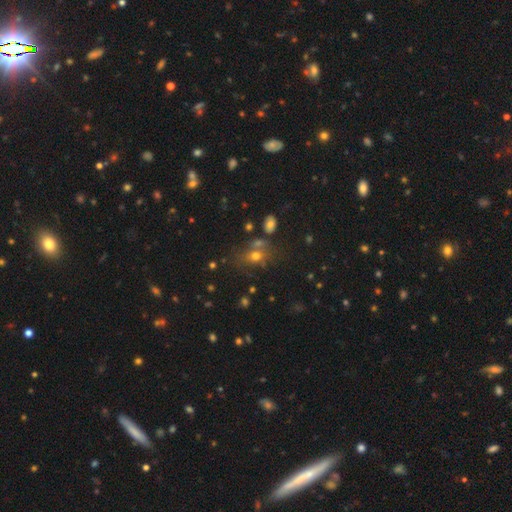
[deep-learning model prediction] smooth-or-featured: smooth: 64% | star or artifact: 19% | featured or disk: 17%
  how-rounded: in between: 60% | round: 37% | cigar-shaped: 3%
  merging: none: 53% | merger: 19% | minor disturbance: 18% | major disturbance: 10%